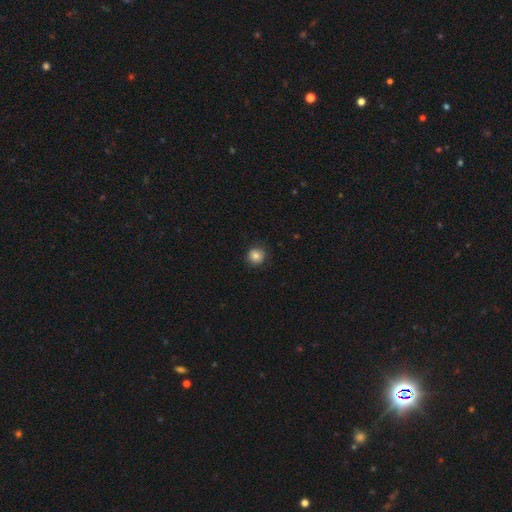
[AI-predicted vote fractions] This appears to be a smooth galaxy with no disk features (81%) that is round (93%). Merging: none (86%).